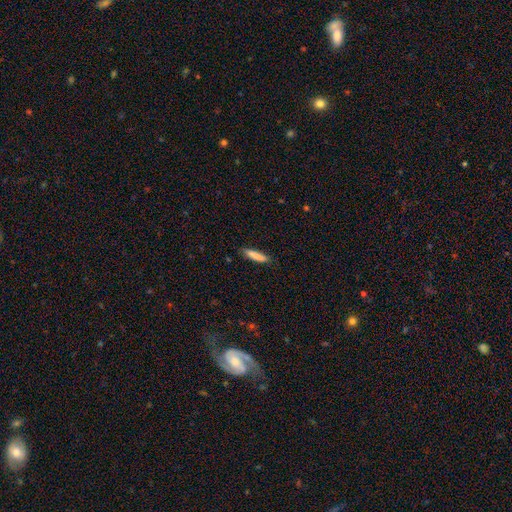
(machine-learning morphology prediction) smooth 85%, featured or disk 9%, star or artifact 6%. Down the decision tree: how rounded — cigar-shaped (83%); merging — none (83%).